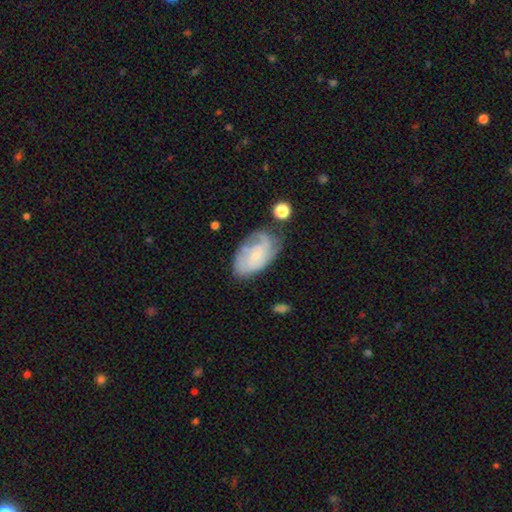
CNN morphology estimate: featured or disk 68%, smooth 26%, star or artifact 7%. Down the decision tree: edge-on disk — no (96%); bar — no (72%); spiral arms — yes (87%); spiral arm count — can't tell (40%); spiral winding — tight (52%); bulge size — small (76%); merging — none (56%).